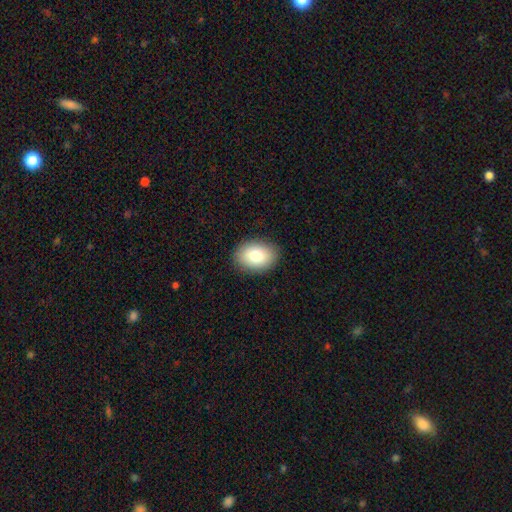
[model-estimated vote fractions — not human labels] Smooth or featured? smooth (81%)
How rounded? in between (80%)
Merging? none (88%)